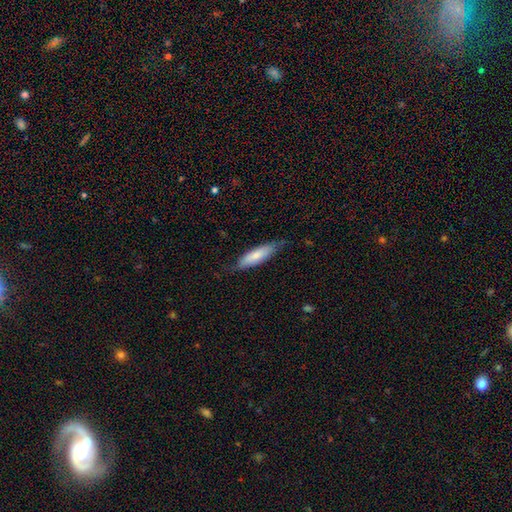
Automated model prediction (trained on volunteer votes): Smooth or featured? smooth (72%)
How rounded? cigar-shaped (58%)
Merging? none (71%)